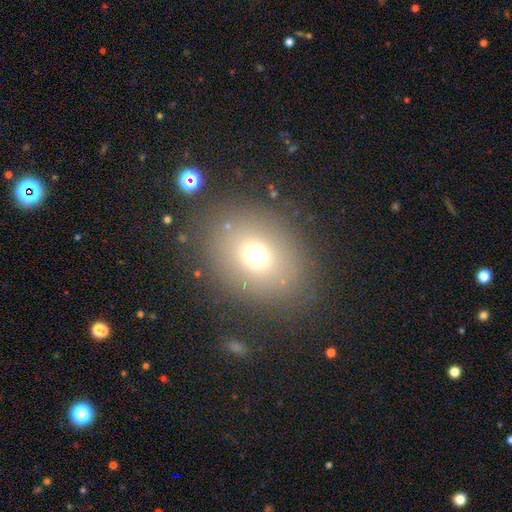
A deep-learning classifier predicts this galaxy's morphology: smooth-or-featured: smooth: 69% | star or artifact: 18% | featured or disk: 13%
  how-rounded: round: 53% | in between: 46% | cigar-shaped: 1%
  merging: none: 82% | minor disturbance: 10% | major disturbance: 6% | merger: 3%